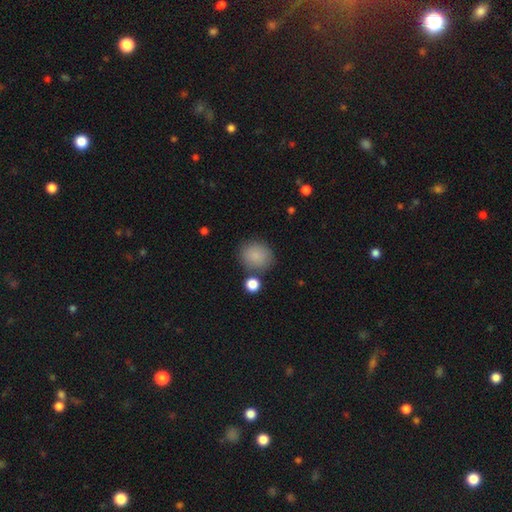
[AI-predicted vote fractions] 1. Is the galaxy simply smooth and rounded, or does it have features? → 83% smooth, 9% star or artifact, 8% featured or disk.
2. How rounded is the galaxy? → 78% round, 21% in between, 1% cigar-shaped.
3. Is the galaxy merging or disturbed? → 74% none, 13% minor disturbance, 9% merger, 4% major disturbance.